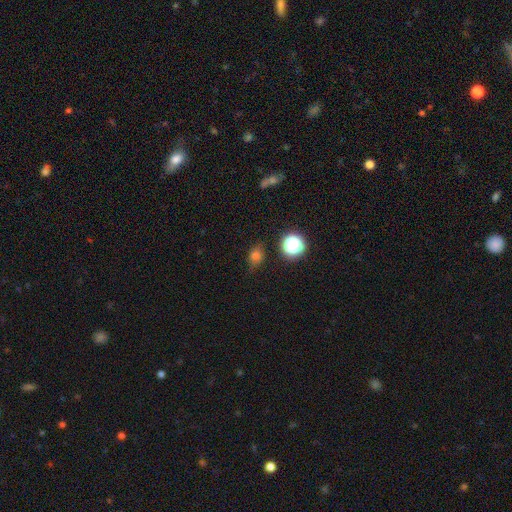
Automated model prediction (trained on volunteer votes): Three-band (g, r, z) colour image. It shows a smooth galaxy with no disk features (71%) that is in between round and cigar-shaped (52%). Merging: none (77%).